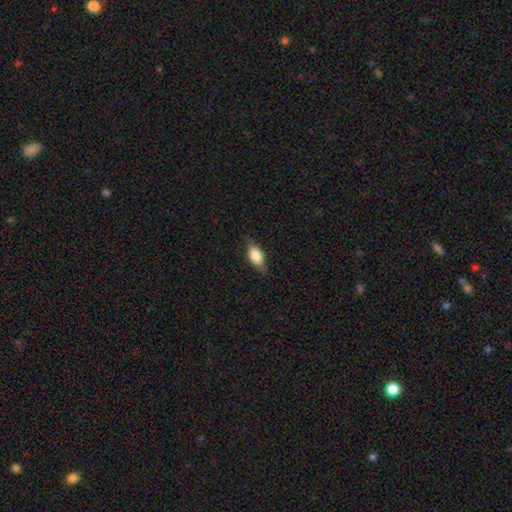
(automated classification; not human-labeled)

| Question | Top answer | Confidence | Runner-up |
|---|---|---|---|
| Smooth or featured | smooth | 78% | featured or disk (15%) |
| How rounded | in between | 85% | cigar-shaped (9%) |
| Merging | none | 78% | minor disturbance (18%) |